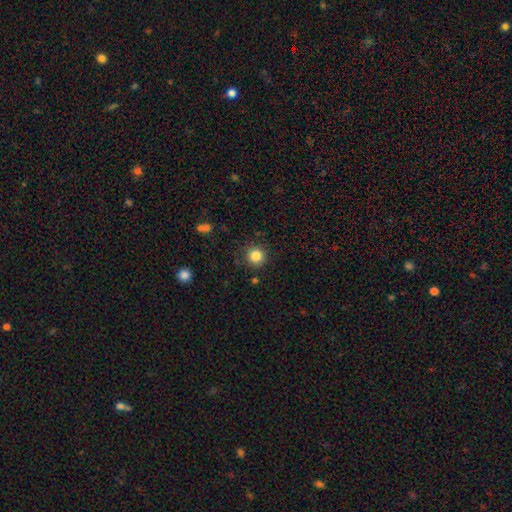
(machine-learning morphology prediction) This appears to be a smooth galaxy with no disk features (84%) that is round (94%). Merging: none (89%).